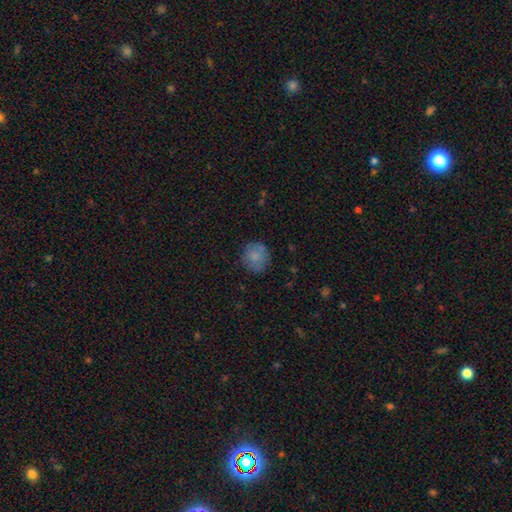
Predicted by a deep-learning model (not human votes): The model was most divided on "merging": none: 79%, minor disturbance: 15%, major disturbance: 4%, merger: 2%. More confident: how rounded — round (84%); smooth or featured — smooth (81%).